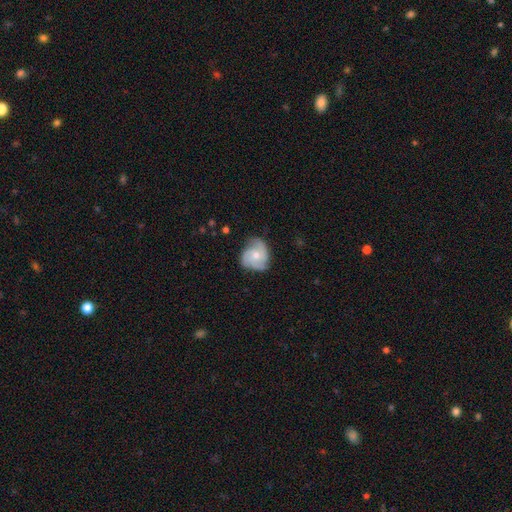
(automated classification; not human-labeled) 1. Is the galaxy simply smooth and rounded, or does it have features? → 70% featured or disk, 24% smooth, 6% star or artifact.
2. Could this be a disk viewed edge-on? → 98% no, 2% yes.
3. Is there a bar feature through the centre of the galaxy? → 77% no, 20% weak, 3% strong.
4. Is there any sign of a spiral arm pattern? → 93% yes, 7% no.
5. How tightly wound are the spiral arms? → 45% medium, 40% tight, 15% loose.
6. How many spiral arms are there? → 59% 3, 19% 2, 10% can't tell, 6% 4, 3% 1, 3% more than 4.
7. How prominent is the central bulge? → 54% moderate, 42% small, 2% large, 2% none, 1% dominant.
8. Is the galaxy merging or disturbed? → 64% none, 27% minor disturbance, 8% major disturbance, 1% merger.